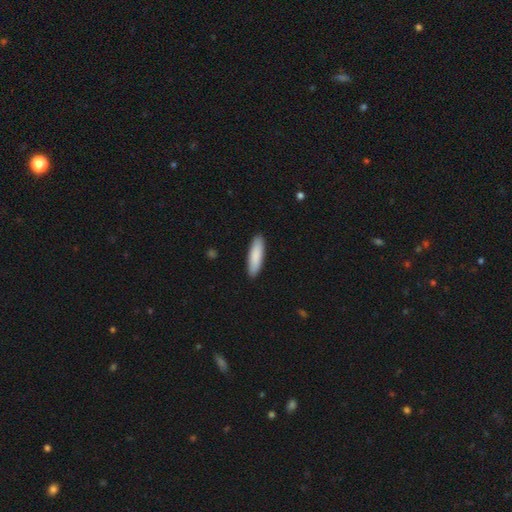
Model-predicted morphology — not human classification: type=smooth (88%); roundness=cigar-shaped (60%); merging=none (91%).